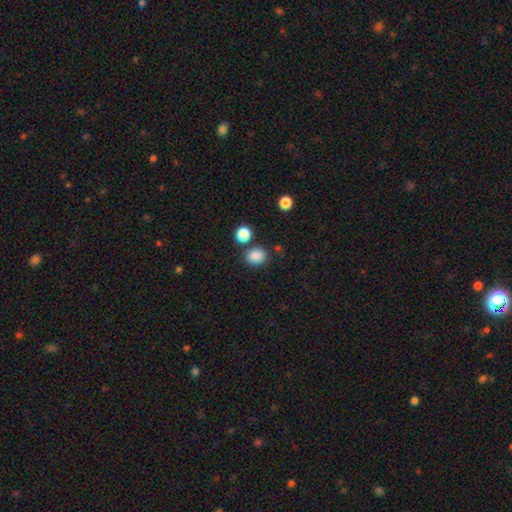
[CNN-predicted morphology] Smooth or featured: smooth — 86% (star or artifact — 10%)
How rounded: round — 54% (in between — 45%)
Merging: none — 76% (minor disturbance — 11%)